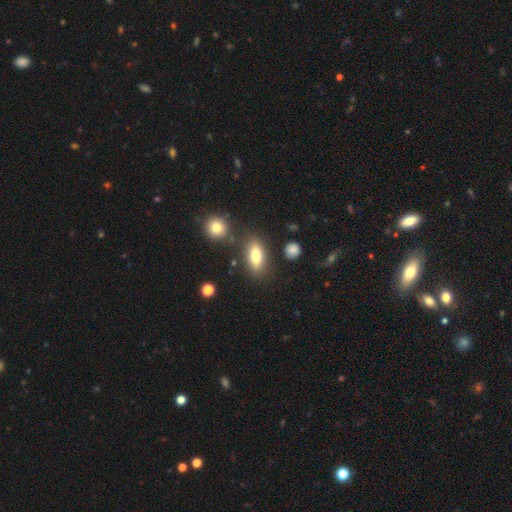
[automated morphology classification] smooth_or_featured: smooth (p=0.69) [alt: featured or disk p=0.22]
how_rounded: in between (p=0.64) [alt: cigar-shaped p=0.32]
merging: none (p=0.79) [alt: minor disturbance p=0.12]